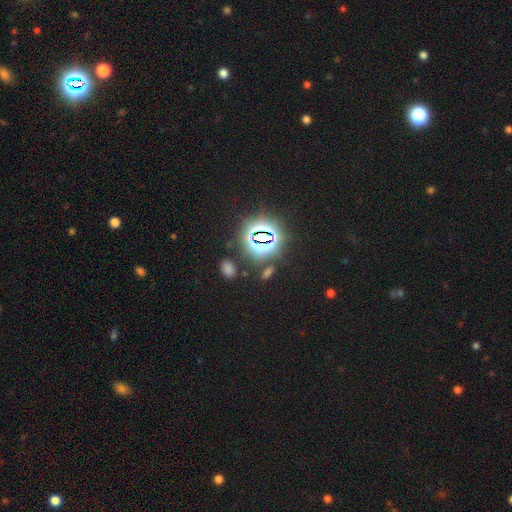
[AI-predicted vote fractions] A star or artifact, not a galaxy (79%).

Vote fractions:
- Smooth or featured? star or artifact: 79% / smooth: 13% / featured or disk: 8%